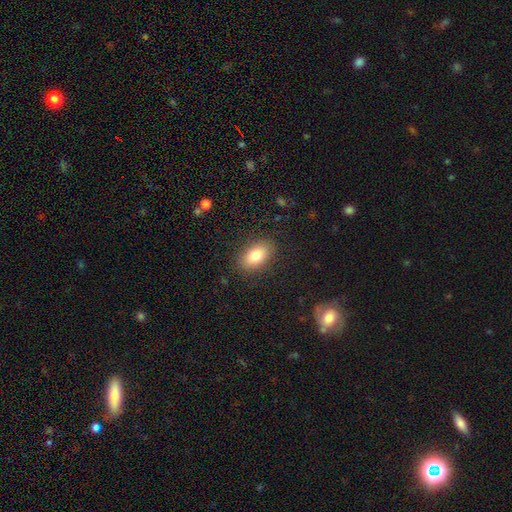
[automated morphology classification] Q: Smooth or featured?
A: smooth (82%); runner-up: featured or disk (11%)
Q: How rounded?
A: in between (90%); runner-up: round (8%)
Q: Merging?
A: none (87%); runner-up: minor disturbance (9%)